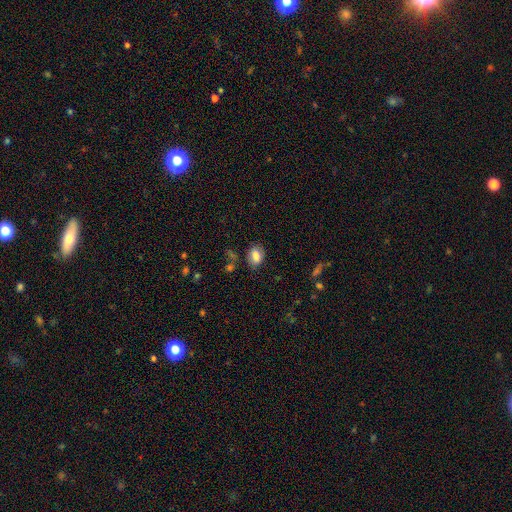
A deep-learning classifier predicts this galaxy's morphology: Overall: smooth (80%). How rounded: in between (80%). Merging: none (74%).